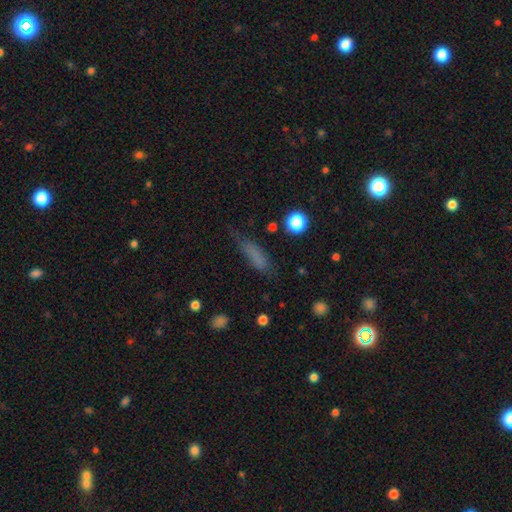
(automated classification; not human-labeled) A smooth galaxy with no disk features (72%) that is cigar-shaped (62%). Merging: none (61%).